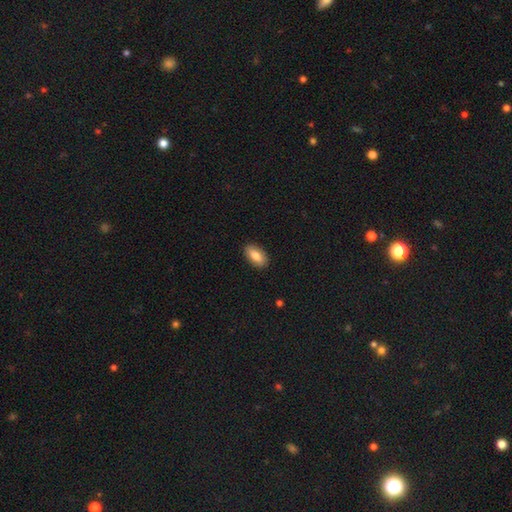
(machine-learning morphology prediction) Q: Smooth or featured?
A: smooth (79%); runner-up: featured or disk (15%)
Q: How rounded?
A: in between (90%); runner-up: cigar-shaped (6%)
Q: Merging?
A: none (89%); runner-up: minor disturbance (8%)